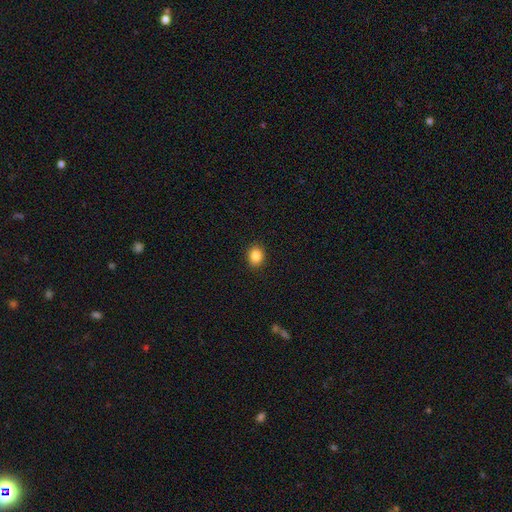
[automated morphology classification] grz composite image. It shows a smooth galaxy with no disk features (85%) that is round (60%). Merging: none (90%).